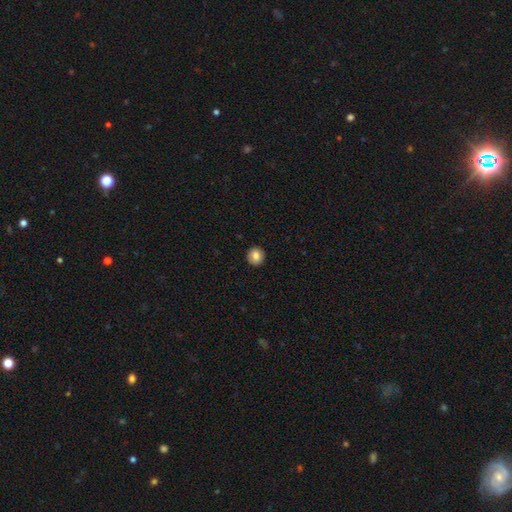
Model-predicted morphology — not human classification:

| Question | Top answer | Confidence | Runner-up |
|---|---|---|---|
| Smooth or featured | smooth | 83% | featured or disk (9%) |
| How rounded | round | 94% | in between (5%) |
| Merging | none | 92% | minor disturbance (5%) |